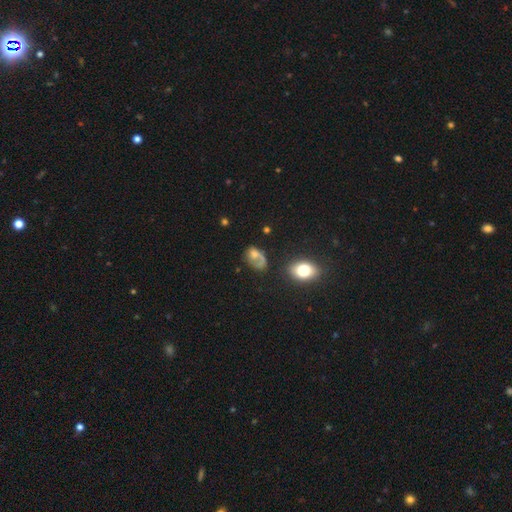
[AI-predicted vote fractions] Smooth or featured: smooth — 53% (featured or disk — 33%)
How rounded: in between — 70% (round — 28%)
Merging: none — 35% (major disturbance — 34%)